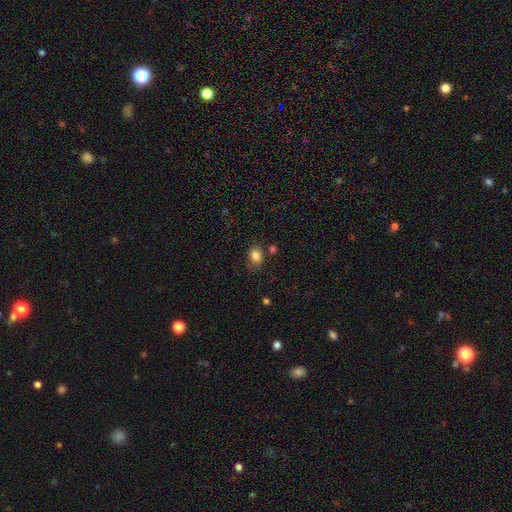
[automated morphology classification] This appears to be a smooth galaxy with no disk features (83%) that is in between round and cigar-shaped (65%). Merging: none (72%).